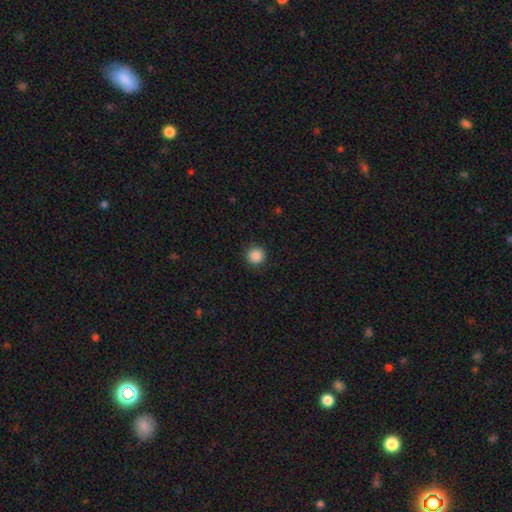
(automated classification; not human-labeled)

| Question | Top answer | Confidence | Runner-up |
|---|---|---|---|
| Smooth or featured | smooth | 87% | star or artifact (10%) |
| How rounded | round | 95% | in between (4%) |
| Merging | none | 92% | minor disturbance (5%) |